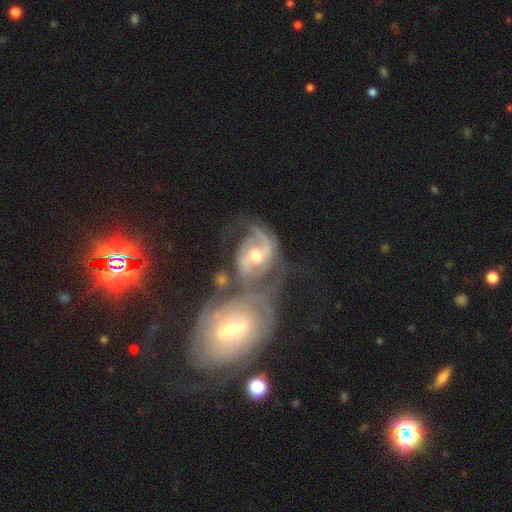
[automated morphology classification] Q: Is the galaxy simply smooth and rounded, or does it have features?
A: featured or disk — 87%.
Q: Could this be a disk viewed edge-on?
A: no — 97%.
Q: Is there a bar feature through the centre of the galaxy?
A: weak — 42%.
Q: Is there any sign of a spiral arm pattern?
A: yes — 95%.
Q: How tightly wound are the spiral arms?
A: medium — 46%.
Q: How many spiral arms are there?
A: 2 — 68%.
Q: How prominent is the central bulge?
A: moderate — 70%.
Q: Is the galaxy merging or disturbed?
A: merger — 60%.